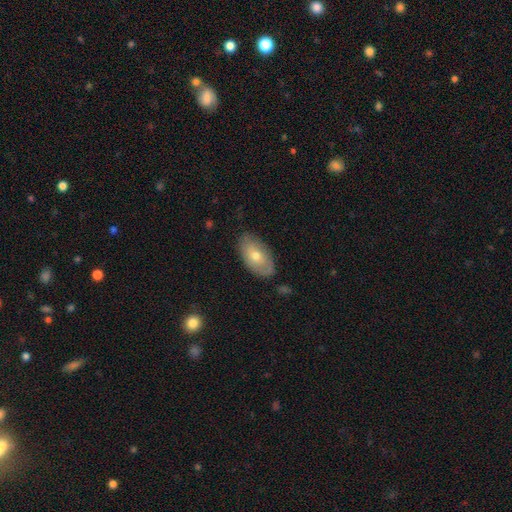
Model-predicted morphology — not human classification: type=smooth (61%); roundness=in between (93%); merging=none (79%).